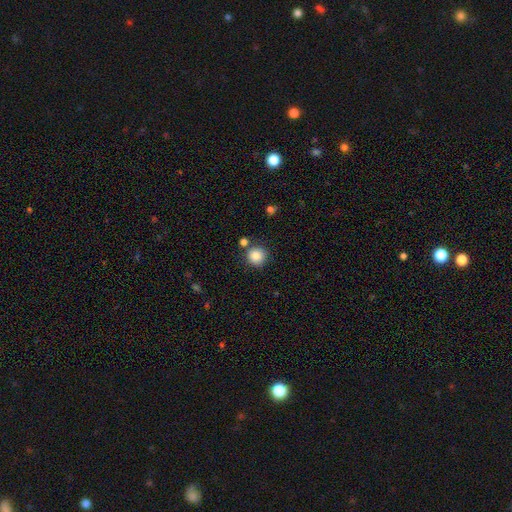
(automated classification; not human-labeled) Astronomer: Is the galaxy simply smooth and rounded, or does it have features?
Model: smooth — 85%.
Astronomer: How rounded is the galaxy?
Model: round — 94%.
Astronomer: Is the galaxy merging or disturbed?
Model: none — 80%.